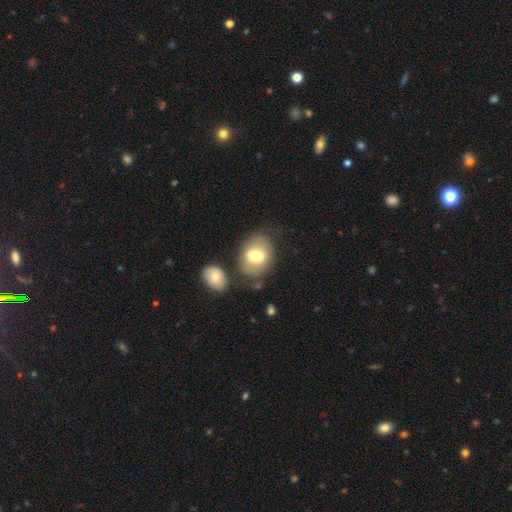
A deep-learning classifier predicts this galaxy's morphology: smooth_or_featured: smooth (p=0.70) [alt: featured or disk p=0.22]
how_rounded: in between (p=0.56) [alt: round p=0.43]
merging: none (p=0.65) [alt: minor disturbance p=0.17]